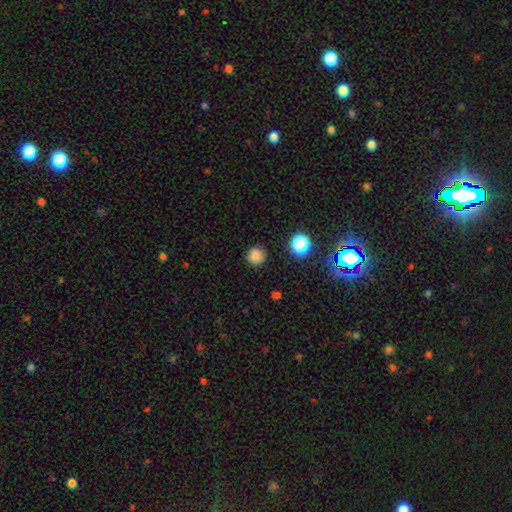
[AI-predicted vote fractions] This is clearly a smooth galaxy (83%). How rounded: clearly round (94%). Merging: clearly none (88%).